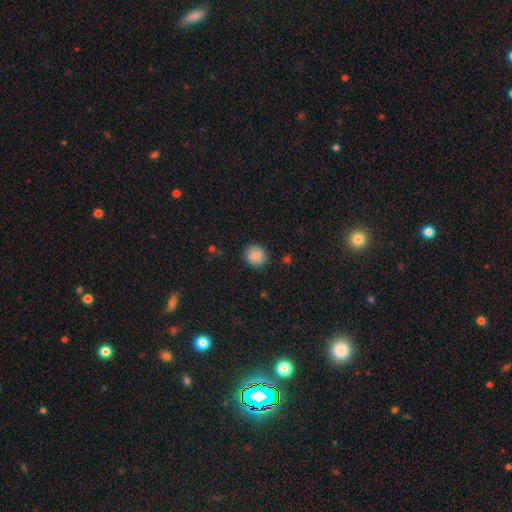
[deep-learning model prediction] Smooth or featured: smooth — 85% (star or artifact — 8%)
How rounded: round — 86% (in between — 13%)
Merging: none — 84% (minor disturbance — 11%)